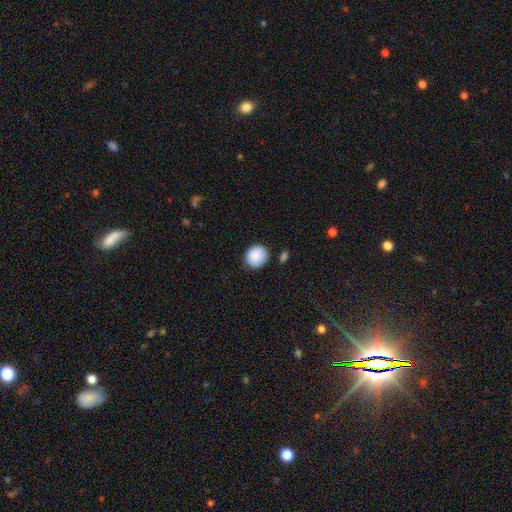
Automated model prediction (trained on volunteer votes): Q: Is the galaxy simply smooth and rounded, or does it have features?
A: smooth — 88%.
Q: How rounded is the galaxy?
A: round — 83%.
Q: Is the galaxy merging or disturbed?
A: none — 80%.